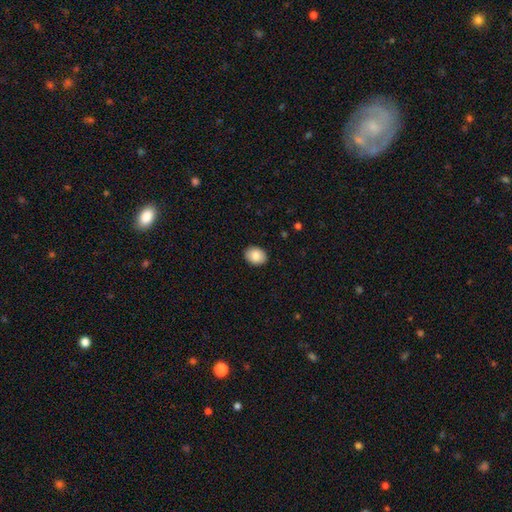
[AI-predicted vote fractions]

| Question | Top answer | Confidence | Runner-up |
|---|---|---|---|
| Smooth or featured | smooth | 87% | star or artifact (7%) |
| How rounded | in between | 62% | round (37%) |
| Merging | none | 90% | minor disturbance (7%) |